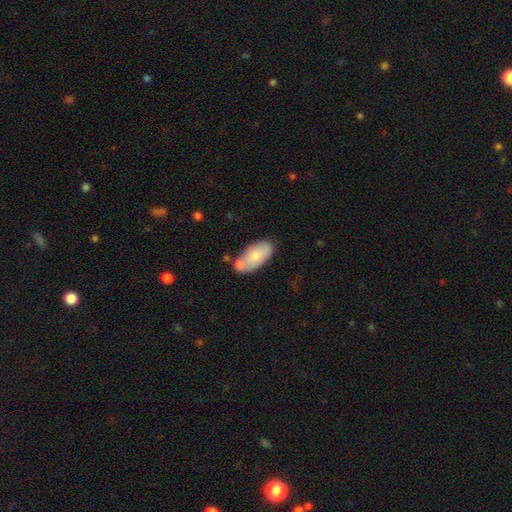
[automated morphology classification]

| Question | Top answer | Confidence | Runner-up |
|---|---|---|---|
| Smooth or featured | smooth | 74% | featured or disk (20%) |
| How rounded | in between | 93% | cigar-shaped (4%) |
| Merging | none | 52% | merger (25%) |